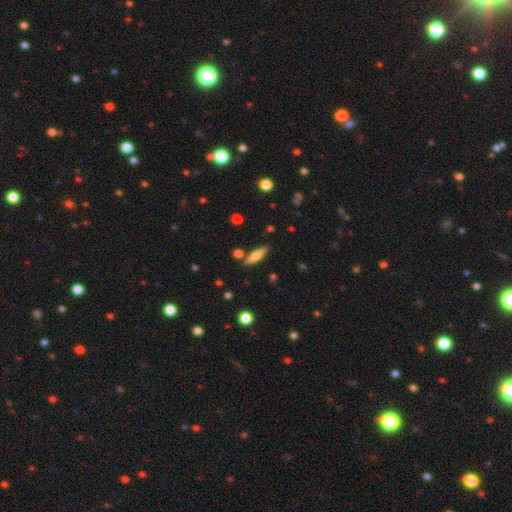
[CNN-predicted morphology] Smooth or featured? Predicted: smooth (p=0.65). How rounded? Predicted: cigar-shaped (p=0.68). Merging? Predicted: none (p=0.83).